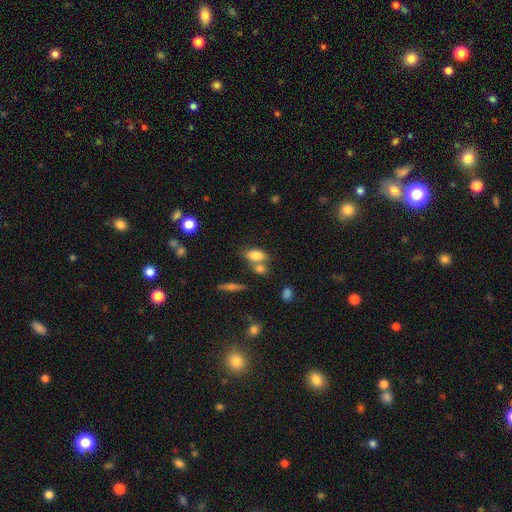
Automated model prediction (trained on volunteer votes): This appears to be a smooth galaxy with no disk features (80%) that is in between round and cigar-shaped (86%). Merging: none (51%).